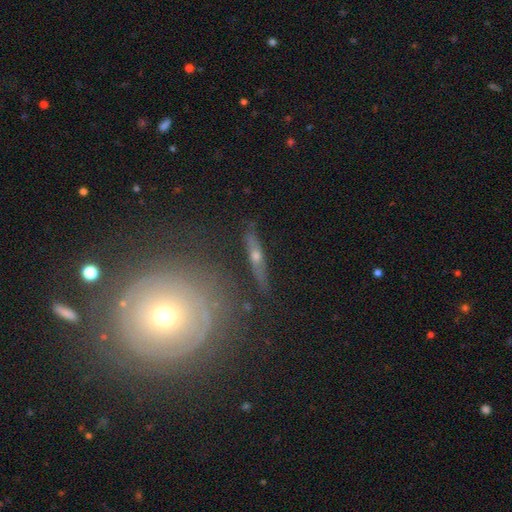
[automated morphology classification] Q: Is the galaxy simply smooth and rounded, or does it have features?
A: featured or disk — 63%.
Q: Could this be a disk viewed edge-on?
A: yes — 85%.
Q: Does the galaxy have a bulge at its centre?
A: rounded — 88%.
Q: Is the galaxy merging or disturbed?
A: none — 81%.